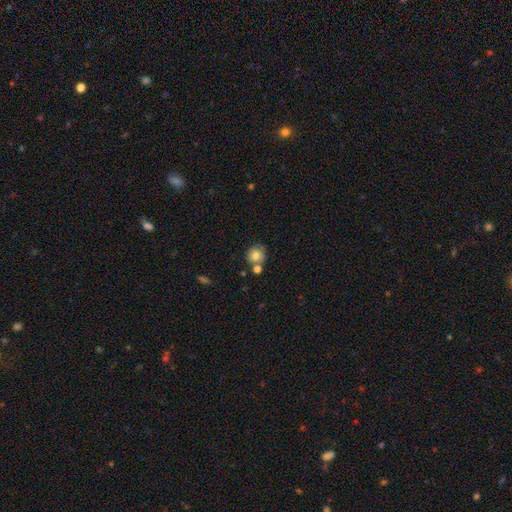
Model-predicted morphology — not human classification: A smooth galaxy with no disk features (76%) that is round (89%).

Vote fractions:
- Smooth or featured? smooth: 76% / featured or disk: 15% / star or artifact: 10%
- How rounded? round: 89% / in between: 11% / cigar-shaped: 1%
- Merging? none: 63% / merger: 20% / minor disturbance: 13% / major disturbance: 4%